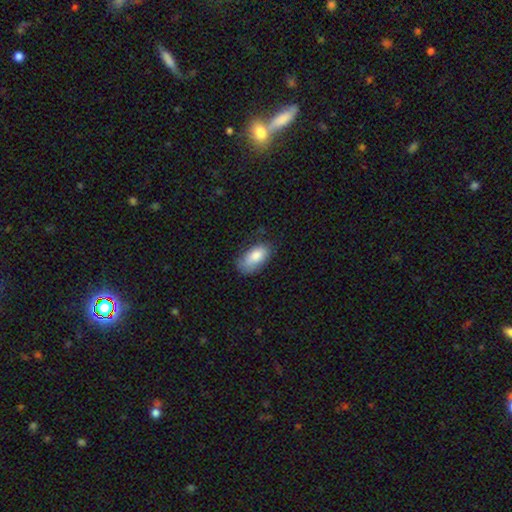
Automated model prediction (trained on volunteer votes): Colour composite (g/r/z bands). It shows a smooth galaxy with no disk features (84%) that is in between round and cigar-shaped (92%). Merging: none (67%).